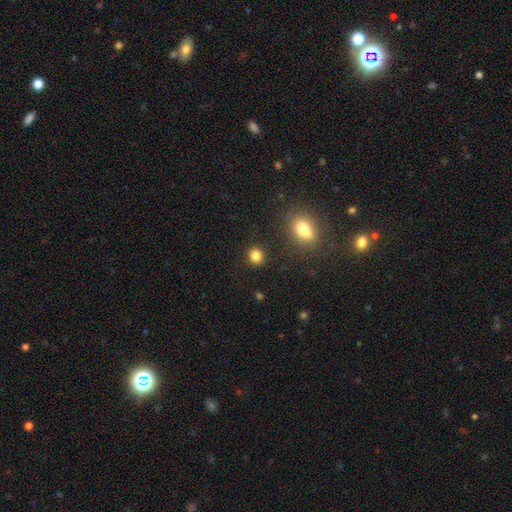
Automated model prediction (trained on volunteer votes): This is clearly a smooth galaxy (84%). How rounded: clearly round (81%). Merging: clearly none (90%).